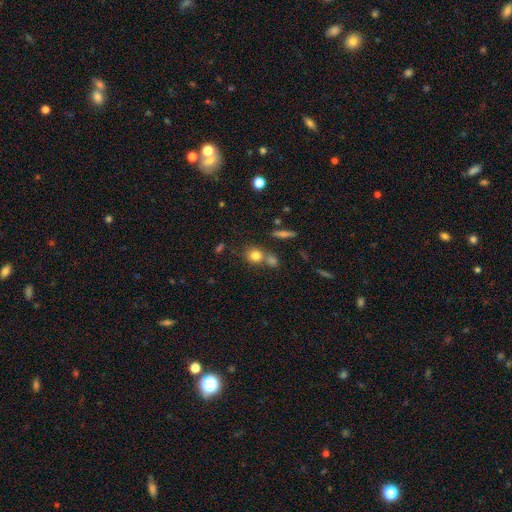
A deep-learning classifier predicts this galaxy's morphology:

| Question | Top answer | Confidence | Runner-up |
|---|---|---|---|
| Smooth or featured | smooth | 78% | star or artifact (12%) |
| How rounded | round | 77% | in between (21%) |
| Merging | none | 59% | merger (26%) |